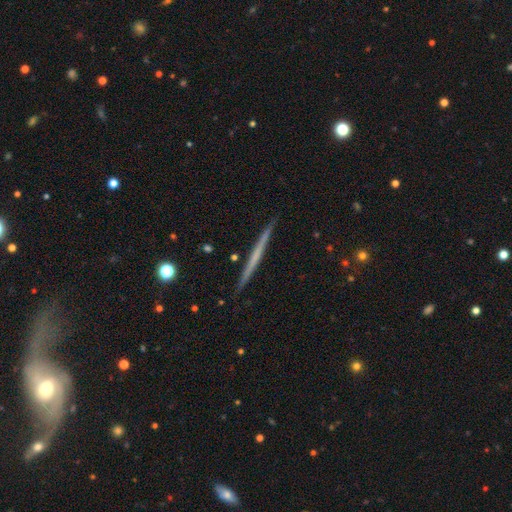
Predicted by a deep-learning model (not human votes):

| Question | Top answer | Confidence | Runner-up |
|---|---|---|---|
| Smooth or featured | featured or disk | 57% | smooth (37%) |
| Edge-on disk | yes | 98% | no (2%) |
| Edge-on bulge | none | 89% | rounded (8%) |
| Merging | none | 92% | minor disturbance (5%) |